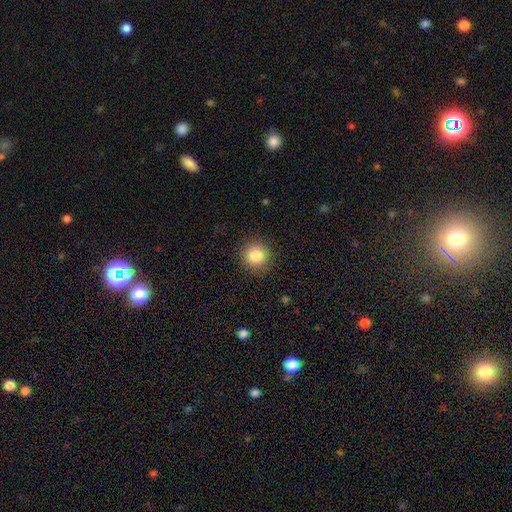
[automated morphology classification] Q: Smooth or featured?
A: smooth (85%); runner-up: star or artifact (10%)
Q: How rounded?
A: round (94%); runner-up: in between (5%)
Q: Merging?
A: none (90%); runner-up: minor disturbance (7%)